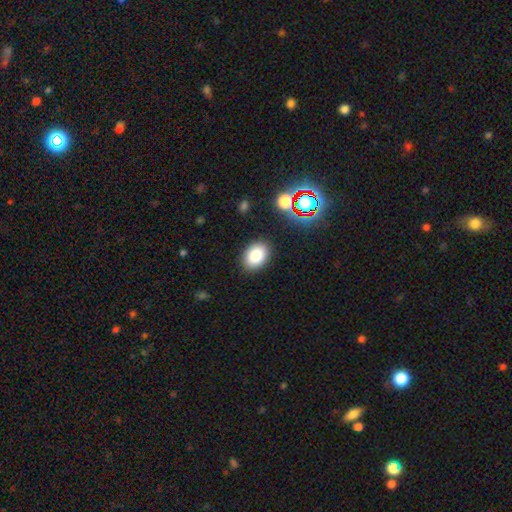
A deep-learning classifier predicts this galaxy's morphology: Smooth or featured?
  - smooth: 83% *
  - star or artifact: 11%
  - featured or disk: 6%
How rounded?
  - in between: 74% *
  - round: 25%
  - cigar-shaped: 1%
Merging?
  - none: 87% *
  - minor disturbance: 9%
  - major disturbance: 2%
  - merger: 2%